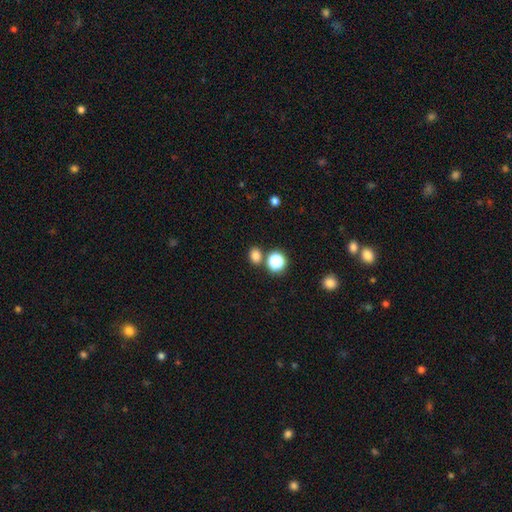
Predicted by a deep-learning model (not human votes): Smooth or featured? Predicted: smooth (p=0.79). How rounded? Predicted: round (p=0.57). Merging? Predicted: none (p=0.77).